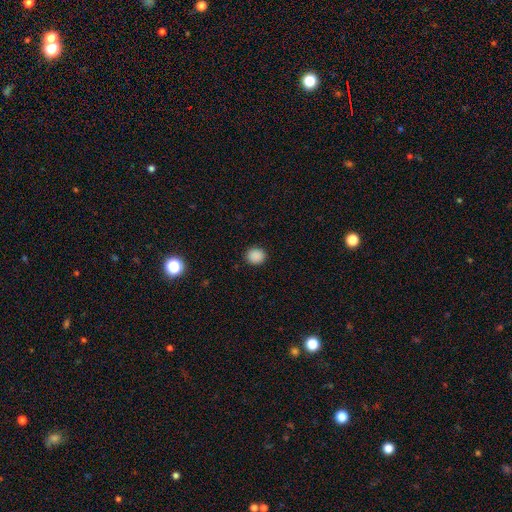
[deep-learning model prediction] Q: Smooth or featured?
A: smooth (87%); runner-up: star or artifact (10%)
Q: How rounded?
A: round (81%); runner-up: in between (18%)
Q: Merging?
A: none (90%); runner-up: minor disturbance (7%)